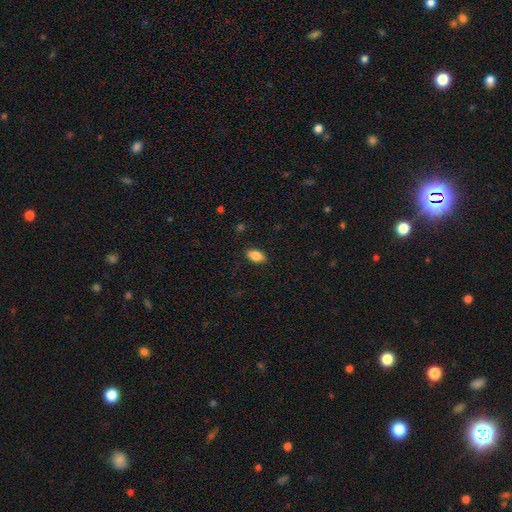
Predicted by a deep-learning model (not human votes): smooth 85%, star or artifact 8%, featured or disk 7%. Down the decision tree: how rounded — in between (91%); merging — none (86%).